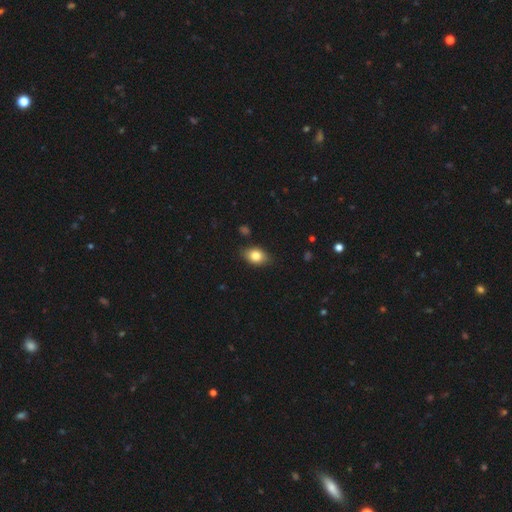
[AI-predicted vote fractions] smooth_or_featured: smooth (p=0.82) [alt: featured or disk p=0.10]
how_rounded: in between (p=0.79) [alt: round p=0.19]
merging: none (p=0.82) [alt: minor disturbance p=0.14]